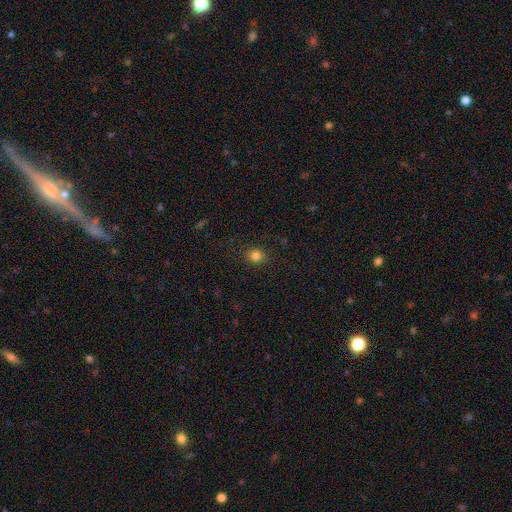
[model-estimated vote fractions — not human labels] This is clearly a smooth galaxy (82%). How rounded: clearly round (82%). Merging: clearly none (88%).